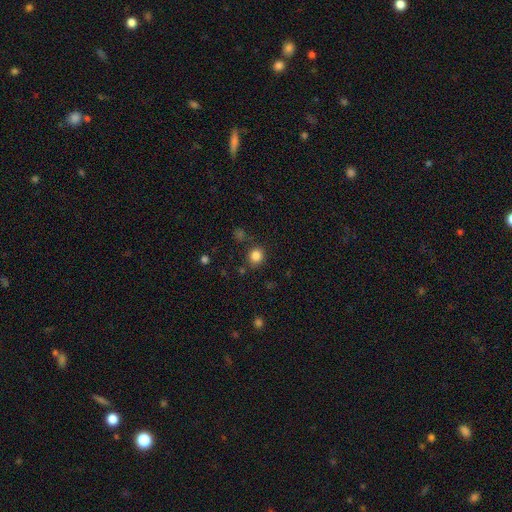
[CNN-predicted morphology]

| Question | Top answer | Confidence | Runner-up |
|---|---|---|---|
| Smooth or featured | smooth | 83% | star or artifact (12%) |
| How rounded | round | 84% | in between (15%) |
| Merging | none | 85% | minor disturbance (9%) |